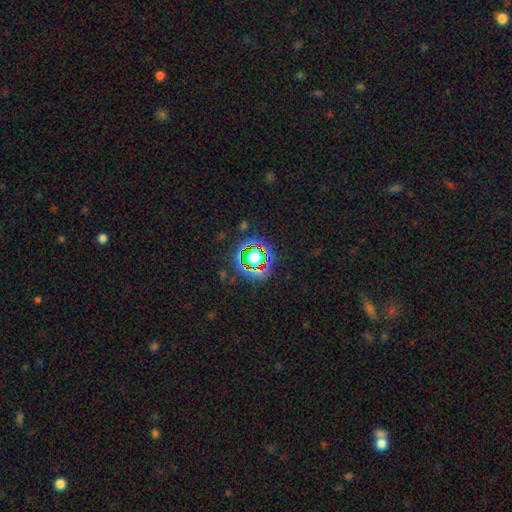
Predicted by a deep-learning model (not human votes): Overall: star or artifact (75%).